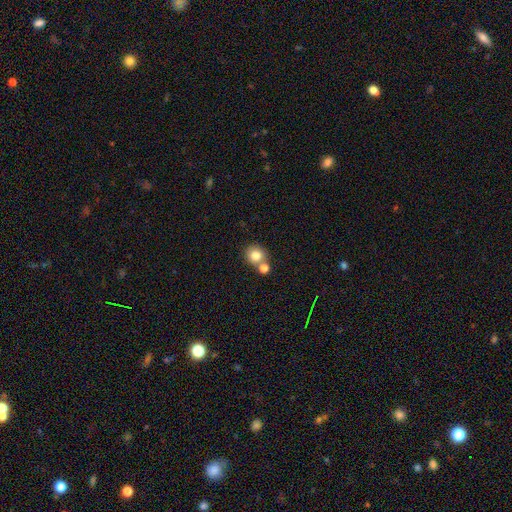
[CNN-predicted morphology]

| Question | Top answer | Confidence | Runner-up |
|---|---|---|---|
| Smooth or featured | smooth | 80% | star or artifact (11%) |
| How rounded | round | 84% | in between (15%) |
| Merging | none | 58% | merger (31%) |